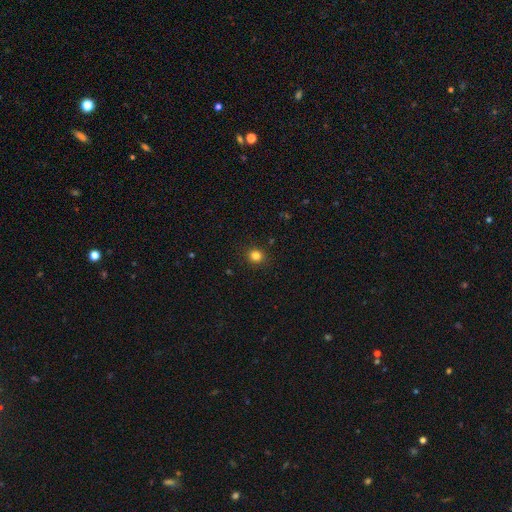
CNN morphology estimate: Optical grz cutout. It shows a smooth galaxy with no disk features (83%) that is round (86%). Merging: none (90%).